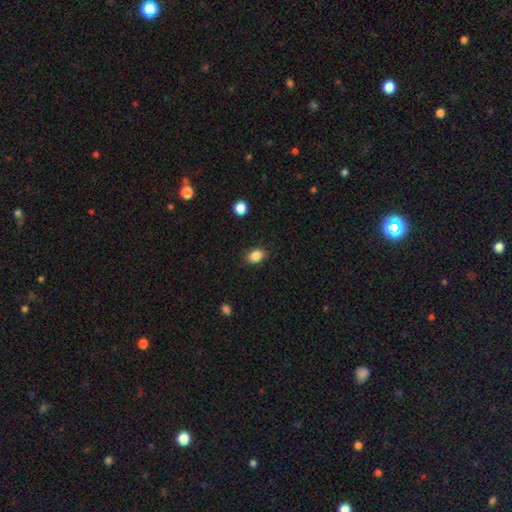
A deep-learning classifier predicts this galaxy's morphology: smooth 87%, star or artifact 9%, featured or disk 4%. Down the decision tree: how rounded — in between (75%); merging — none (87%).